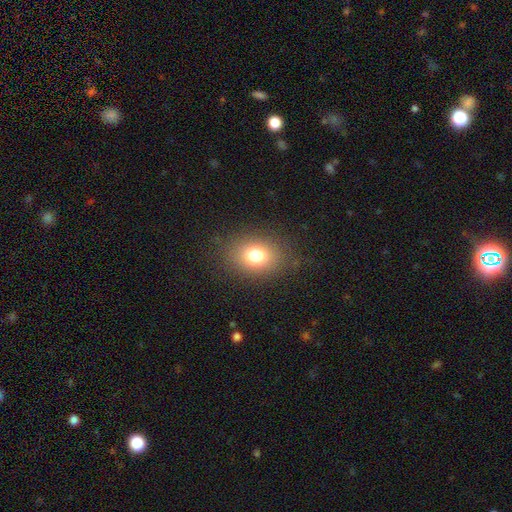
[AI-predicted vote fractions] smooth-or-featured: smooth: 76% | star or artifact: 14% | featured or disk: 10%
  how-rounded: in between: 52% | round: 47% | cigar-shaped: 1%
  merging: none: 84% | minor disturbance: 10% | major disturbance: 5% | merger: 1%